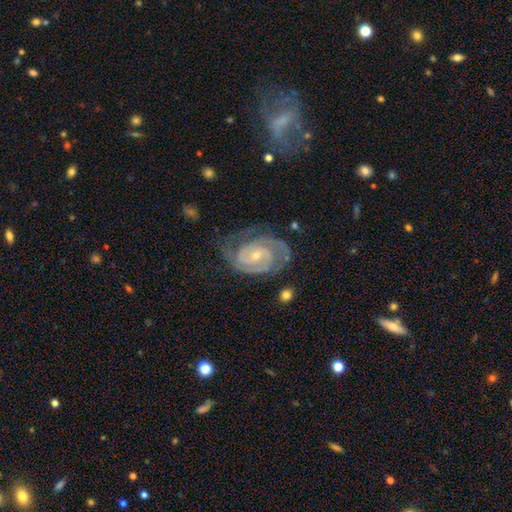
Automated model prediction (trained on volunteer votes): Smooth or featured? featured or disk (90%)
Edge-on disk? no (98%)
Bar? no (52%)
Spiral arms? yes (97%)
Spiral winding? tight (66%)
Spiral arm count? 2 (63%)
Bulge size? small (71%)
Merging? none (63%)